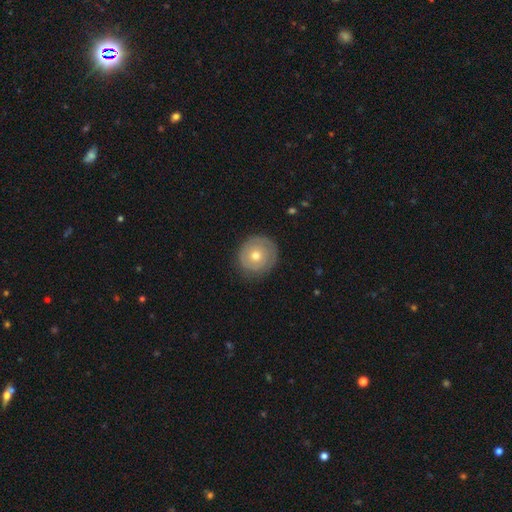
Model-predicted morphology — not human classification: A featured or disk galaxy (47%).

Vote fractions:
- Smooth or featured? featured or disk: 47% / smooth: 46% / star or artifact: 7%
- Merging? none: 83% / minor disturbance: 13% / major disturbance: 4% / merger: 1%